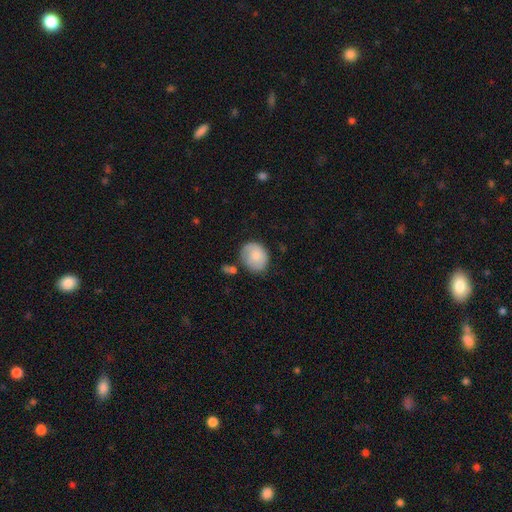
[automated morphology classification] Smooth or featured: smooth — 79% (featured or disk — 15%)
How rounded: round — 61% (in between — 39%)
Merging: none — 63% (minor disturbance — 24%)